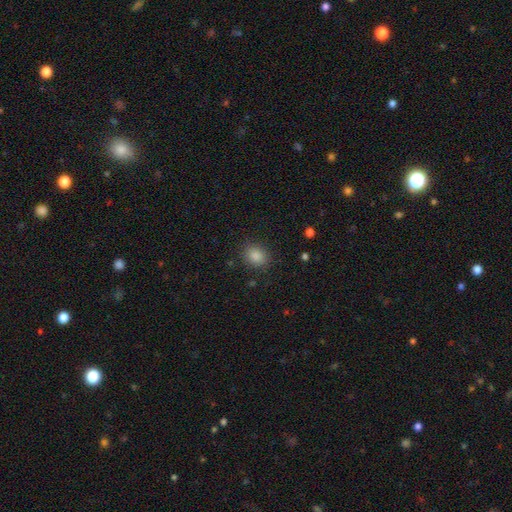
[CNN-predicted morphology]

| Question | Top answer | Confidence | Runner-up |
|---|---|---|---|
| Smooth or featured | smooth | 84% | star or artifact (12%) |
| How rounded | round | 53% | in between (46%) |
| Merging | none | 87% | minor disturbance (9%) |